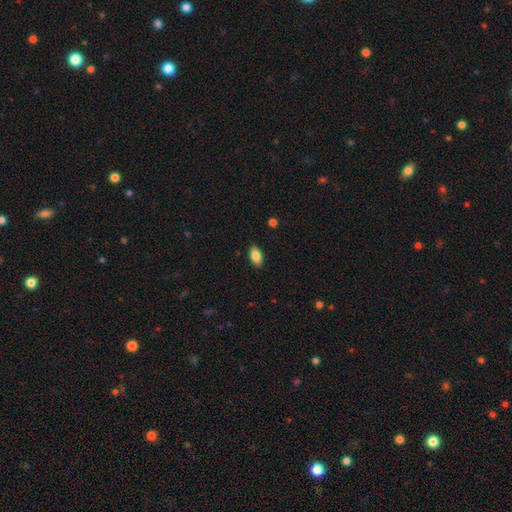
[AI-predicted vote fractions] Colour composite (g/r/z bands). It shows a smooth galaxy with no disk features (86%) that is in between round and cigar-shaped (92%). Merging: none (88%).